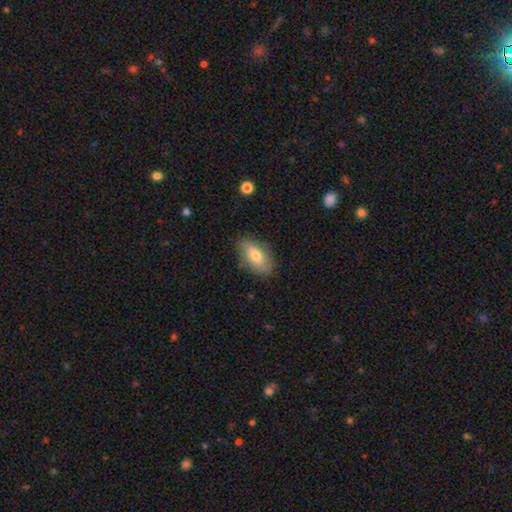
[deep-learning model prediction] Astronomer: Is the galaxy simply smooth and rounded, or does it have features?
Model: smooth — 68%.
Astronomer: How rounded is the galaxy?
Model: in between — 88%.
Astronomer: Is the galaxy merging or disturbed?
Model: none — 80%.